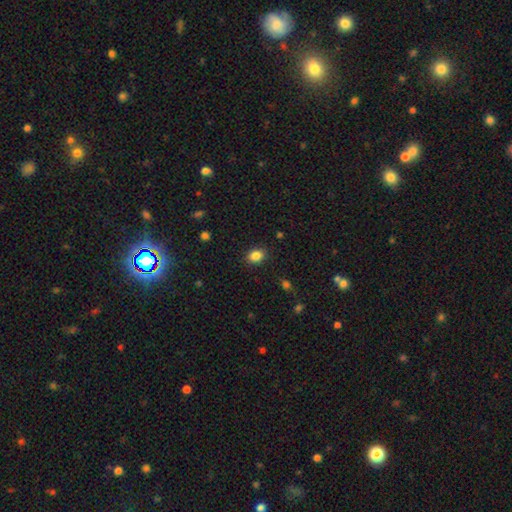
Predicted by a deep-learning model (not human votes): Smooth or featured? Predicted: smooth (p=0.86). How rounded? Predicted: in between (p=0.59). Merging? Predicted: none (p=0.88).